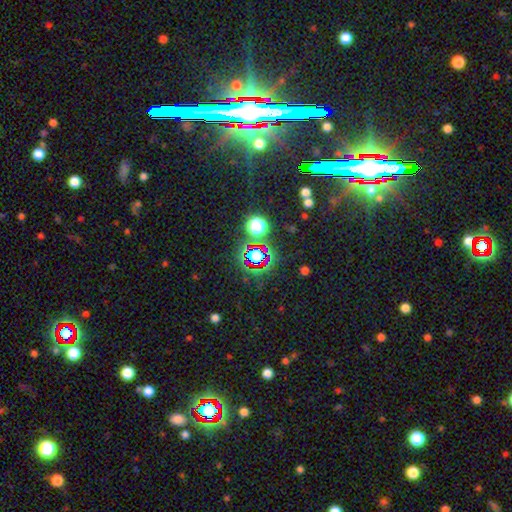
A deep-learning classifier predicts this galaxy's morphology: smooth-or-featured: star or artifact: 67% | smooth: 24% | featured or disk: 9%